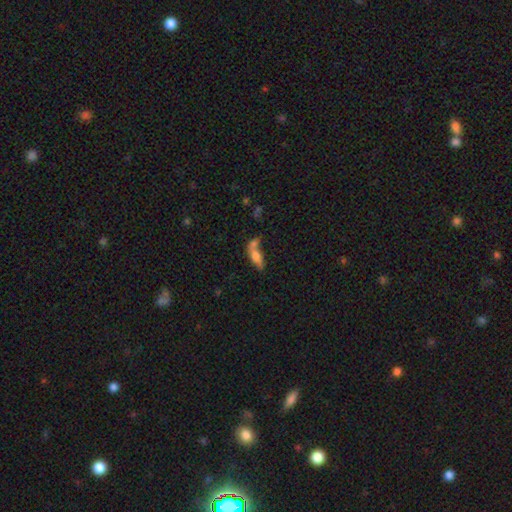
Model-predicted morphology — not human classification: Smooth or featured?
  - smooth: 67% *
  - featured or disk: 23%
  - star or artifact: 10%
How rounded?
  - in between: 72% *
  - cigar-shaped: 23%
  - round: 5%
Merging?
  - merger: 52% *
  - none: 27%
  - minor disturbance: 12%
  - major disturbance: 9%